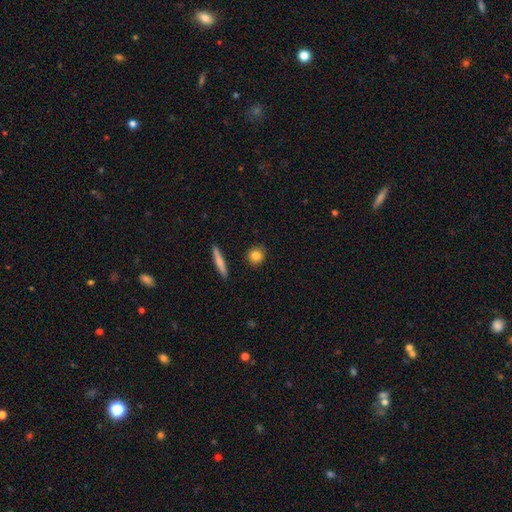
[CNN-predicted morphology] Smooth or featured? Predicted: smooth (p=0.82). How rounded? Predicted: round (p=0.81). Merging? Predicted: none (p=0.88).